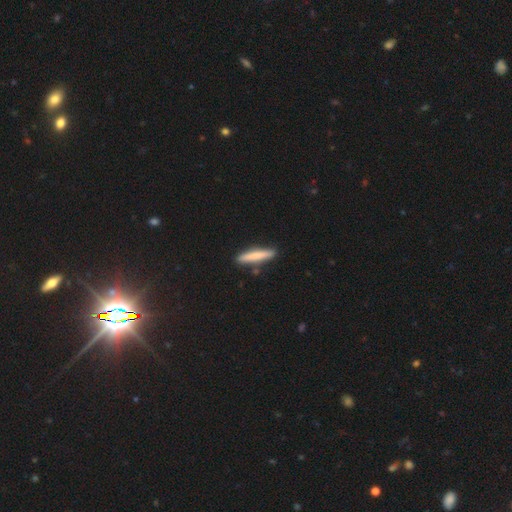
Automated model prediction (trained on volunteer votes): The model was most divided on "smooth or featured": smooth: 72%, featured or disk: 22%, star or artifact: 5%. More confident: how rounded — cigar-shaped (93%); merging — none (88%).